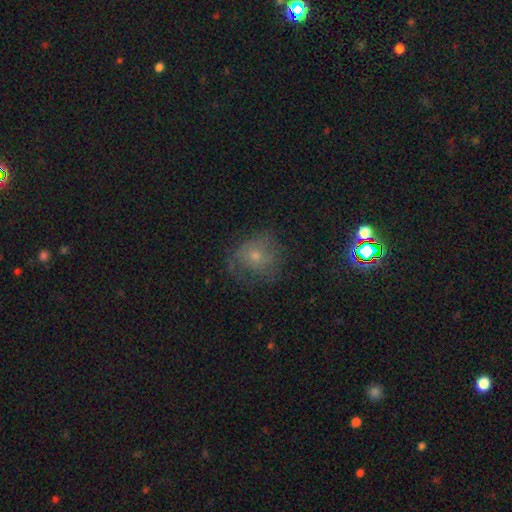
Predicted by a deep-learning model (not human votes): Q: Smooth or featured?
A: smooth (50%); runner-up: featured or disk (35%)
Q: How rounded?
A: round (77%); runner-up: in between (22%)
Q: Merging?
A: none (55%); runner-up: minor disturbance (24%)